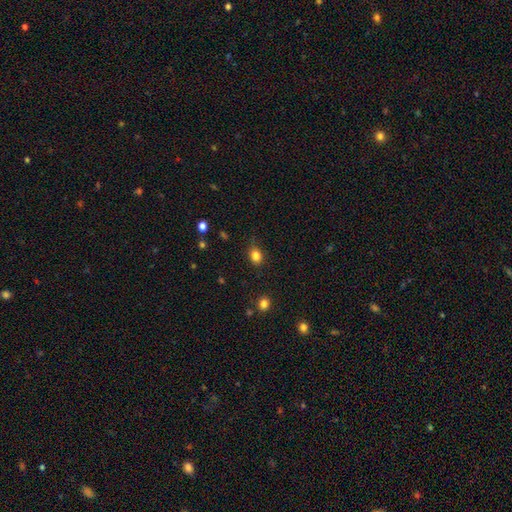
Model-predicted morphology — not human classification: Smooth or featured? smooth (83%)
How rounded? round (53%)
Merging? none (76%)